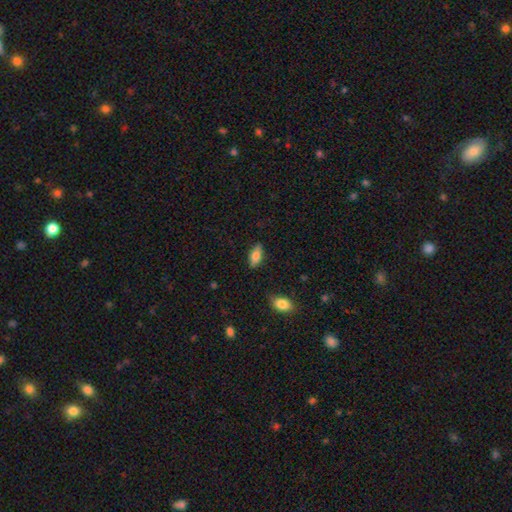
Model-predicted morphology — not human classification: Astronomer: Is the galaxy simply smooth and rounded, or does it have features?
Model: smooth — 74%.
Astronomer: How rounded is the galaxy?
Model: in between — 80%.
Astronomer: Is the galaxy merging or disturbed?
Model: none — 85%.